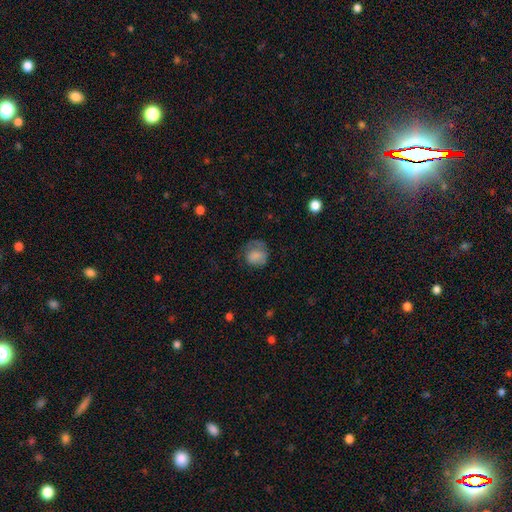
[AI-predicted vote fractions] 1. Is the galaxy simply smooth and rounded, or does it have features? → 71% smooth, 19% featured or disk, 9% star or artifact.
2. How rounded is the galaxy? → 71% round, 28% in between, 1% cigar-shaped.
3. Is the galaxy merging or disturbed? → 46% none, 27% minor disturbance, 26% major disturbance, 2% merger.